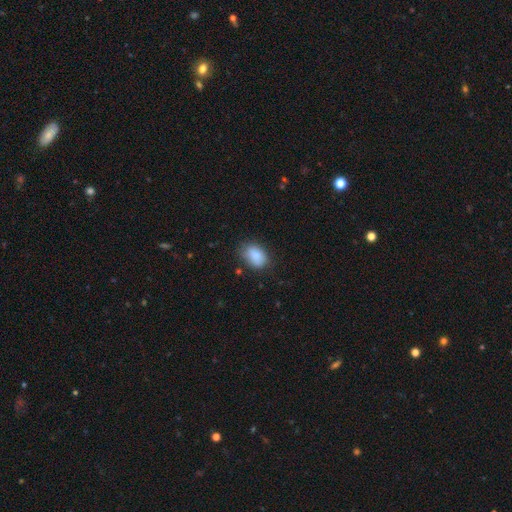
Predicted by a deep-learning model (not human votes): This is clearly a smooth galaxy (84%). How rounded: clearly in between (80%). Merging: likely none (70%).